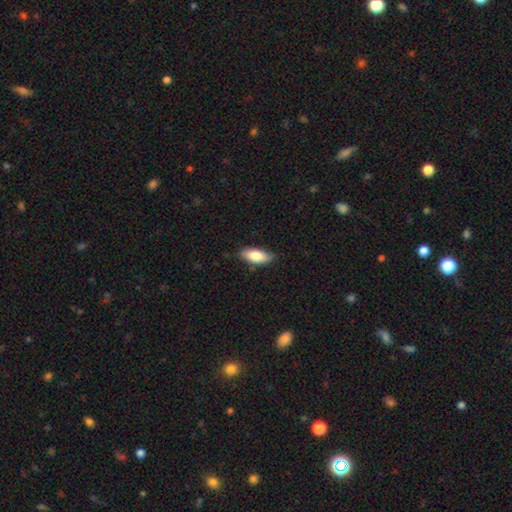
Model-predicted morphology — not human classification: Overall: smooth (80%). How rounded: in between (82%). Merging: none (81%).